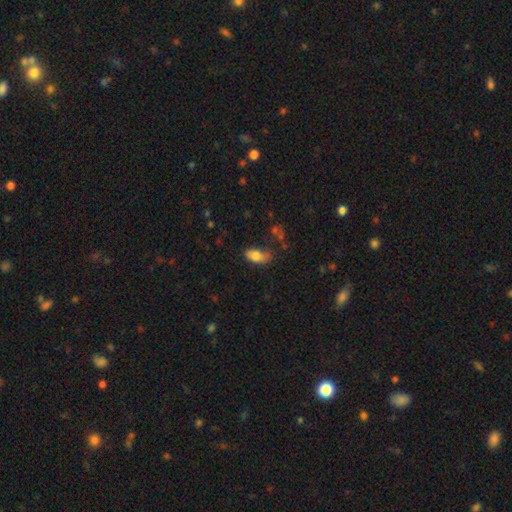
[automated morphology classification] Smooth or featured? Predicted: smooth (p=0.80). How rounded? Predicted: in between (p=0.90). Merging? Predicted: none (p=0.54).